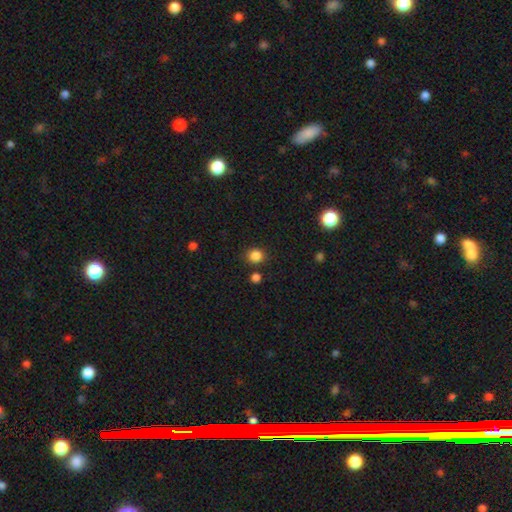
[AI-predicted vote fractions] smooth_or_featured: smooth (p=0.84) [alt: star or artifact p=0.12]
how_rounded: round (p=0.83) [alt: in between p=0.16]
merging: none (p=0.84) [alt: minor disturbance p=0.08]